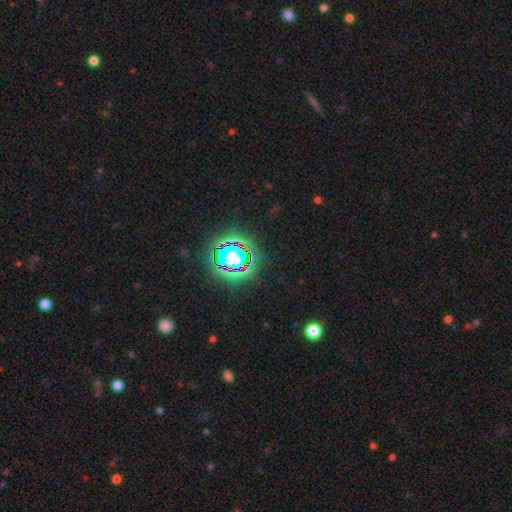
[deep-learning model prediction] Overall: star or artifact (84%).